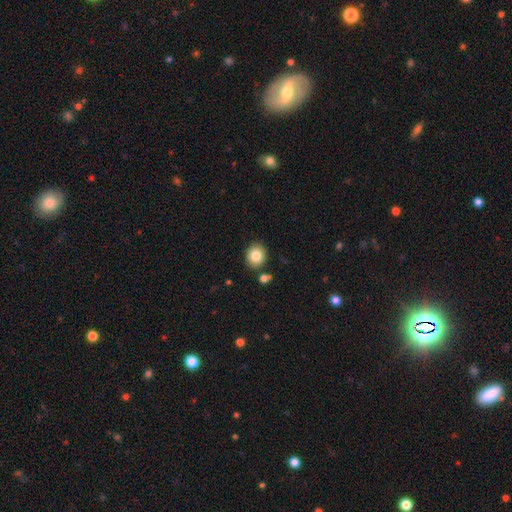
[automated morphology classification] Smooth or featured: smooth — 83% (star or artifact — 9%)
How rounded: round — 71% (in between — 28%)
Merging: none — 84% (minor disturbance — 8%)